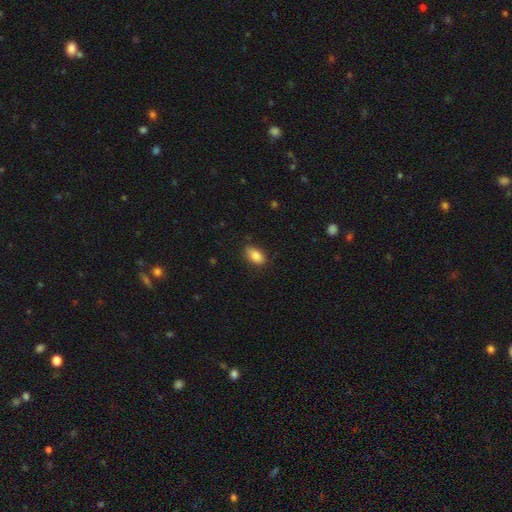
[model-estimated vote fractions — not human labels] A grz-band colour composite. It shows a smooth galaxy with no disk features (87%) that is in between round and cigar-shaped (91%). Merging: none (79%).